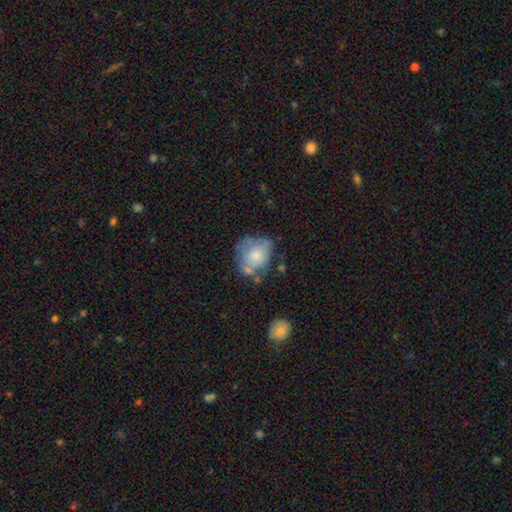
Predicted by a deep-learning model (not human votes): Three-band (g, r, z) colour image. It shows a smooth galaxy with no disk features (54%) that is round (67%). Merging: none (42%).